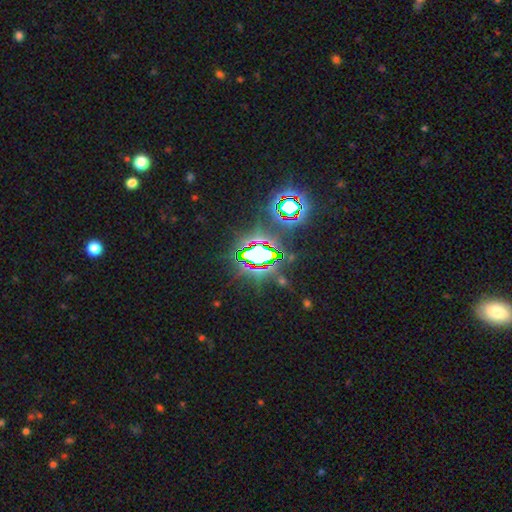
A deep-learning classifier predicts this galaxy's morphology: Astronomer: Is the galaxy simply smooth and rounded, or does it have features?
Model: star or artifact — 77%.